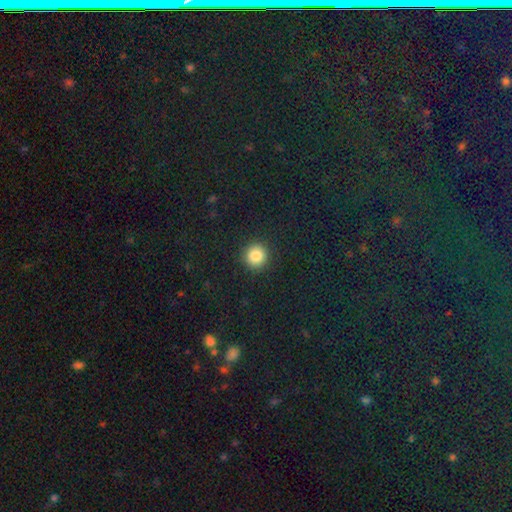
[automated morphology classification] Smooth or featured? Predicted: smooth (p=0.86). How rounded? Predicted: round (p=0.94). Merging? Predicted: none (p=0.92).